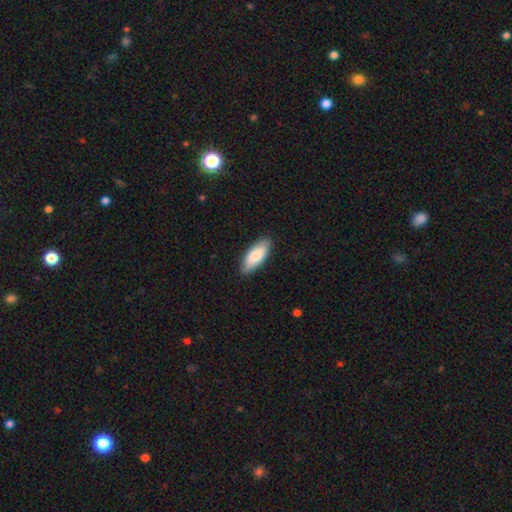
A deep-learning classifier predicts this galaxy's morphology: type=smooth (81%); roundness=in between (80%); merging=none (87%).